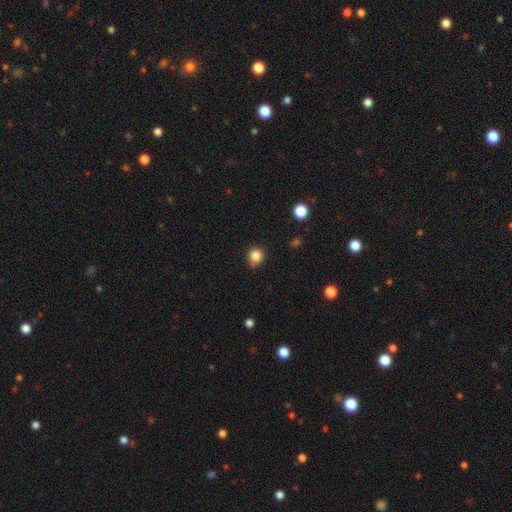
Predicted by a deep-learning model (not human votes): A smooth galaxy with no disk features (84%) that is round (91%).

Vote fractions:
- Smooth or featured? smooth: 84% / star or artifact: 12% / featured or disk: 4%
- How rounded? round: 91% / in between: 8% / cigar-shaped: 1%
- Merging? none: 78% / minor disturbance: 15% / merger: 4% / major disturbance: 3%